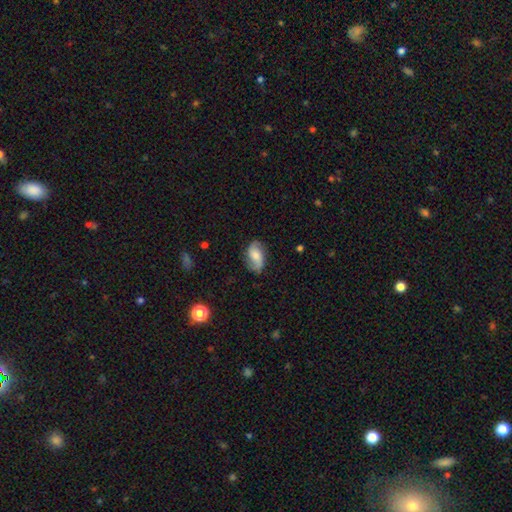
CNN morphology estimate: featured or disk 54%, smooth 38%, star or artifact 8%. Down the decision tree: edge-on disk — no (96%); bar — no (58%); spiral arms — yes (90%); bulge size — moderate (46%); merging — none (74%).